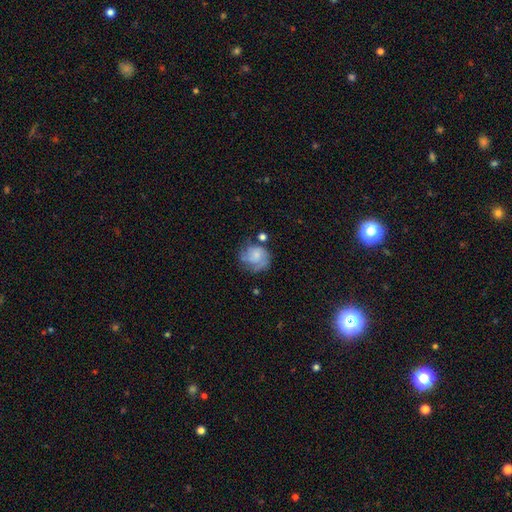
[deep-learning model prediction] The model was most divided on "bulge size": small: 38%, none: 30%, moderate: 23%, large: 7%, dominant: 2%. More confident: edge-on disk — no (98%); spiral arms — yes (84%); bar — no (74%); smooth or featured — featured or disk (55%); merging — none (54%).